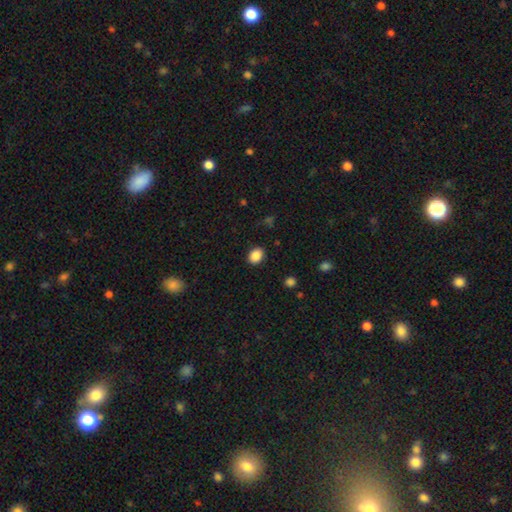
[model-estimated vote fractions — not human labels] This is clearly a smooth galaxy (88%). How rounded: likely in between (61%). Merging: clearly none (88%).